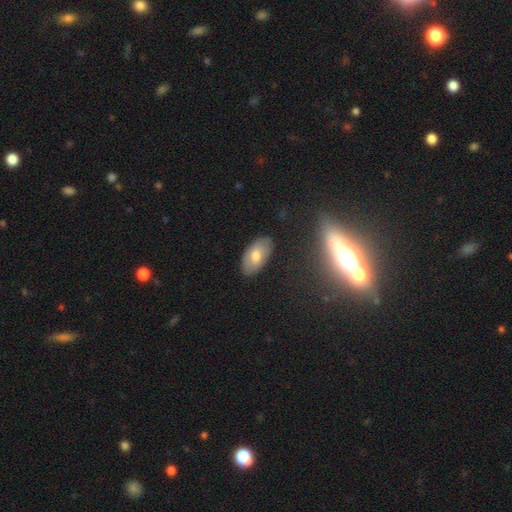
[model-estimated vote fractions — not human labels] smooth-or-featured: smooth: 67% | featured or disk: 26% | star or artifact: 7%
  how-rounded: in between: 95% | round: 3% | cigar-shaped: 2%
  merging: none: 84% | minor disturbance: 12% | major disturbance: 2% | merger: 1%